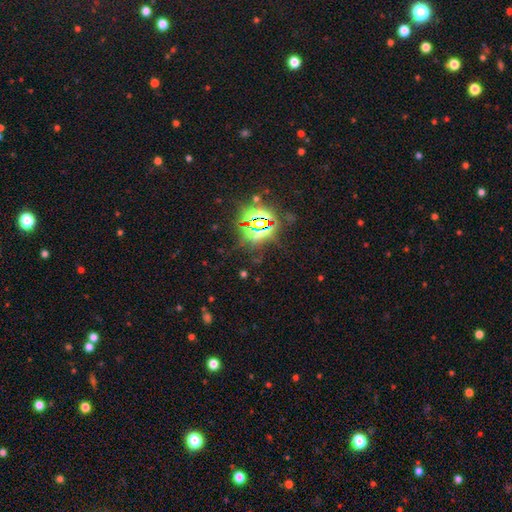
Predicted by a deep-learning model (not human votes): A star or artifact, not a galaxy (84%).

Vote fractions:
- Smooth or featured? star or artifact: 84% / smooth: 9% / featured or disk: 7%